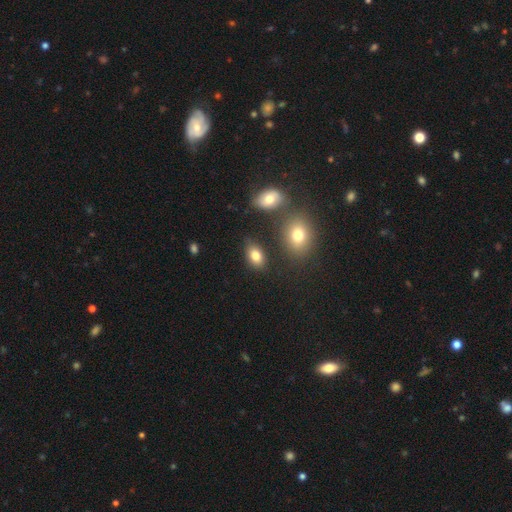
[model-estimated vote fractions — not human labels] Smooth or featured: smooth — 82% (star or artifact — 10%)
How rounded: in between — 85% (round — 13%)
Merging: none — 79% (minor disturbance — 12%)